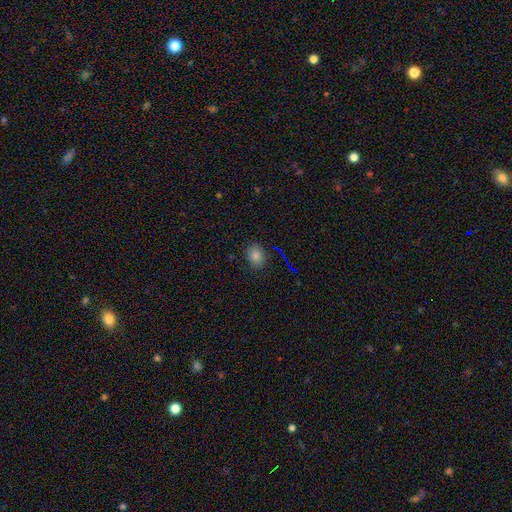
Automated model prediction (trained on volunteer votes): A smooth galaxy with no disk features (77%) that is round (54%). Merging: none (85%).